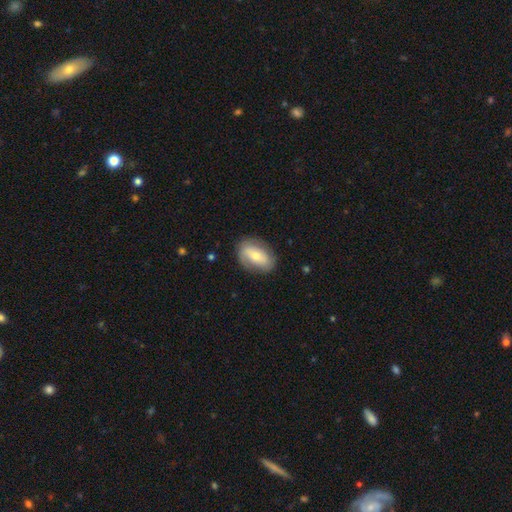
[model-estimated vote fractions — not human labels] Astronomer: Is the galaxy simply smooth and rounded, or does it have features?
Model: smooth — 52% (runner-up: featured or disk, 41%).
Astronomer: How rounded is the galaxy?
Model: in between — 86%.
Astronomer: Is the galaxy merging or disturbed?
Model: none — 79%.